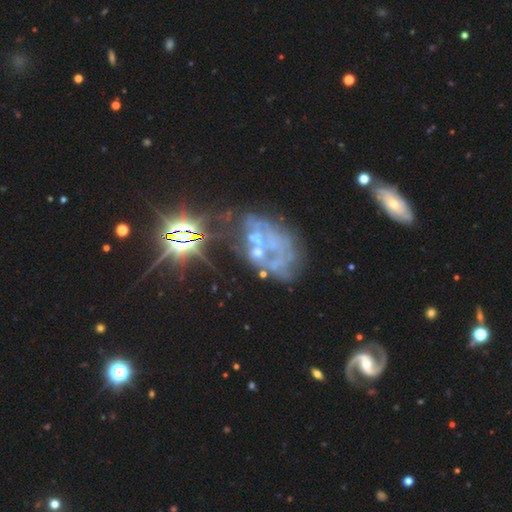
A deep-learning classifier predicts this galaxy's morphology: Q: Smooth or featured?
A: featured or disk (59%); runner-up: star or artifact (26%)
Q: Edge-on disk?
A: no (96%); runner-up: yes (4%)
Q: Bar?
A: no (74%); runner-up: weak (18%)
Q: Spiral arms?
A: no (56%); runner-up: yes (44%)
Q: Bulge size?
A: none (46%); runner-up: small (34%)
Q: Merging?
A: none (35%); runner-up: major disturbance (29%)